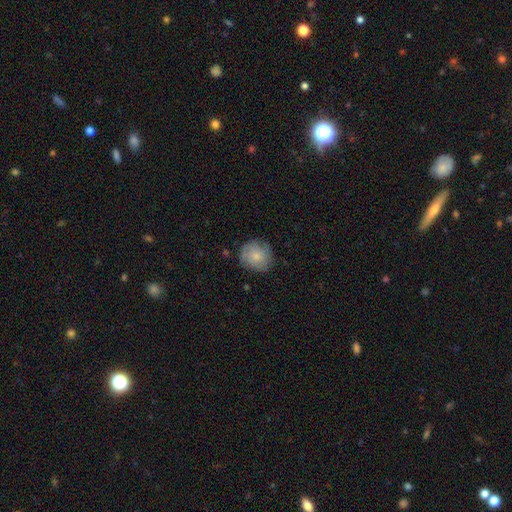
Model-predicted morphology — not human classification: Smooth or featured: smooth — 66% (featured or disk — 27%)
How rounded: round — 87% (in between — 12%)
Merging: none — 76% (minor disturbance — 18%)